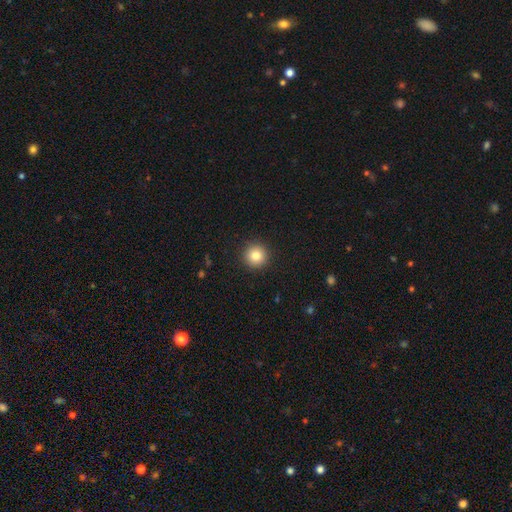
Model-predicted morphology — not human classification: Q: Smooth or featured?
A: smooth (83%); runner-up: star or artifact (10%)
Q: How rounded?
A: round (95%); runner-up: in between (4%)
Q: Merging?
A: none (92%); runner-up: minor disturbance (5%)